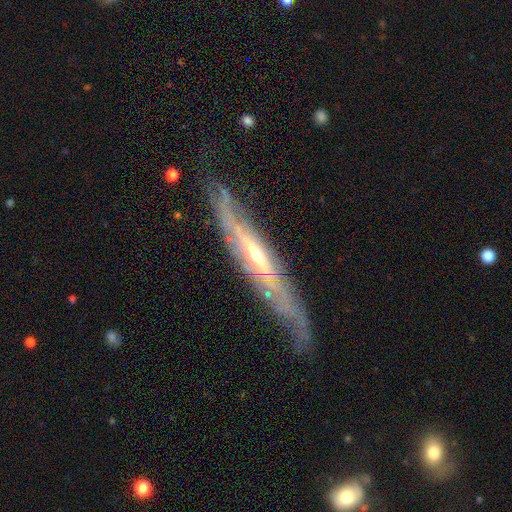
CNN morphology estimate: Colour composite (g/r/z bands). It shows a featured or disk galaxy (83%) viewed edge-on (61%) with a rounded central bulge (68%). Merging: none (63%).